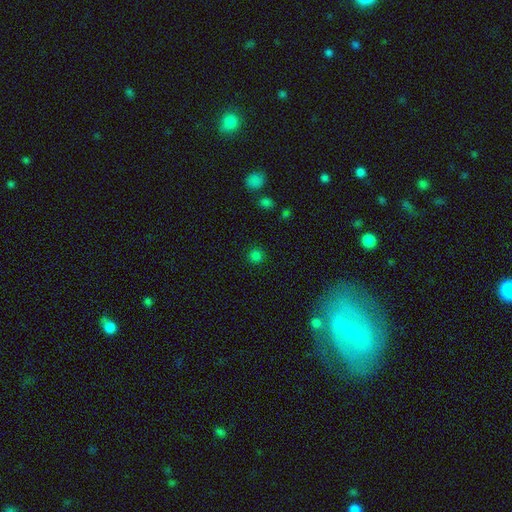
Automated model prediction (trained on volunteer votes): Morphology: type=smooth (78%); roundness=round (92%); merging=none (88%).